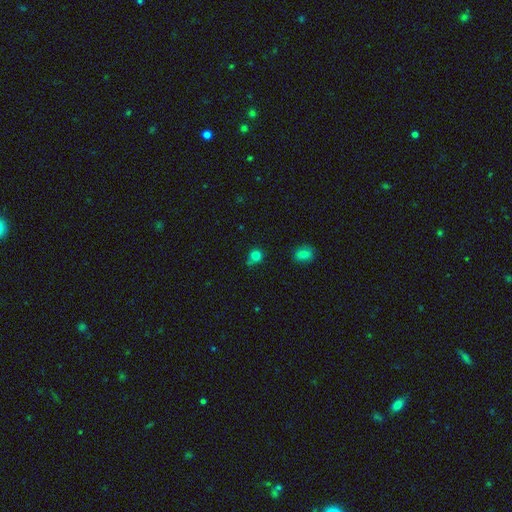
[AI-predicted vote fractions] The model was most divided on "merging": none: 61%, minor disturbance: 26%, merger: 7%, major disturbance: 7%. More confident: how rounded — round (83%); smooth or featured — smooth (80%).